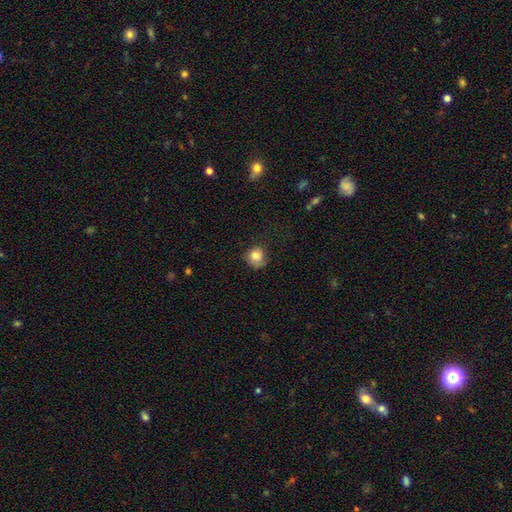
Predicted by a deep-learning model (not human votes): Morphology: type=smooth (80%); roundness=round (78%); merging=none (59%).